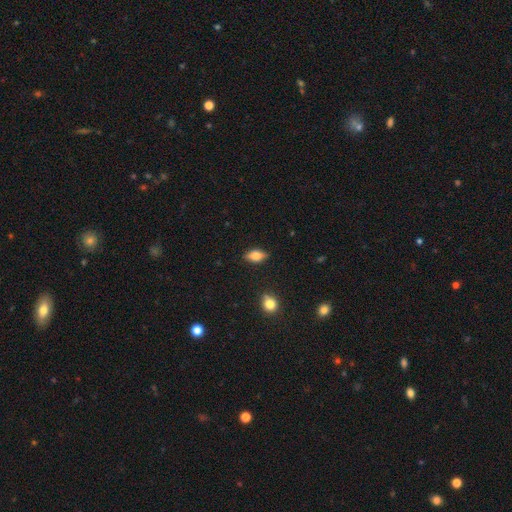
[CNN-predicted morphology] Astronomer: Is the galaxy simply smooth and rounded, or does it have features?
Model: smooth — 72%.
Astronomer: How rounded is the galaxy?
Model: in between — 86%.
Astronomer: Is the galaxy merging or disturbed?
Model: none — 84%.